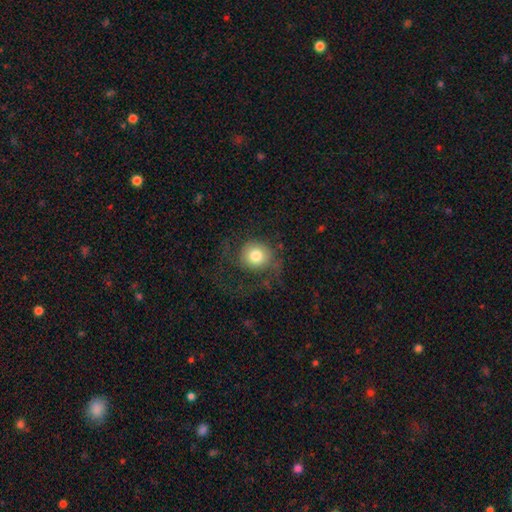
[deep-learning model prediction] Smooth or featured? smooth (75%)
How rounded? round (88%)
Merging? none (58%)